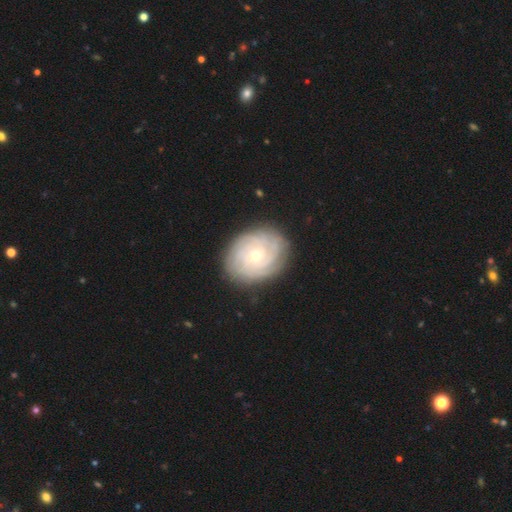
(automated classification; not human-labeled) featured or disk 83%, smooth 12%, star or artifact 5%. Down the decision tree: edge-on disk — no (97%); bar — no (79%); spiral arms — yes (96%); spiral arm count — can't tell (35%); spiral winding — tight (85%); bulge size — small (56%); merging — none (83%).